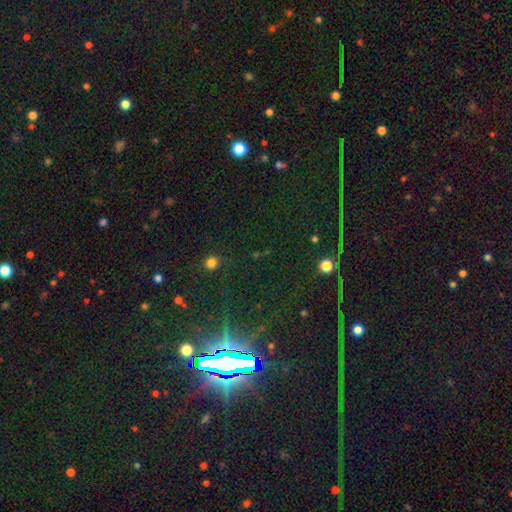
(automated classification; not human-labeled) Smooth or featured: star or artifact — 83% (smooth — 9%)